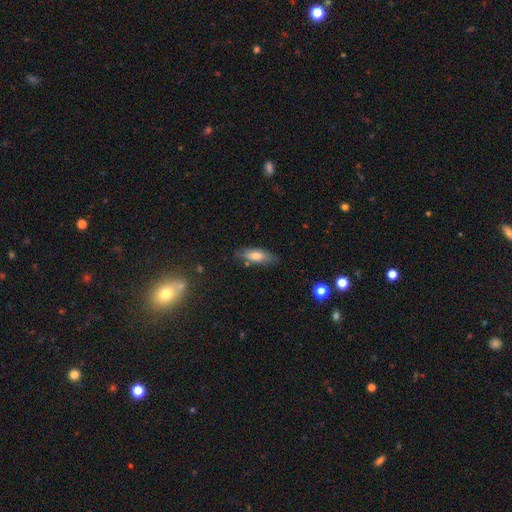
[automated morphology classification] Smooth or featured?
  - smooth: 69% *
  - featured or disk: 24%
  - star or artifact: 8%
How rounded?
  - in between: 62% *
  - cigar-shaped: 36%
  - round: 2%
Merging?
  - none: 78% *
  - minor disturbance: 17%
  - major disturbance: 3%
  - merger: 2%